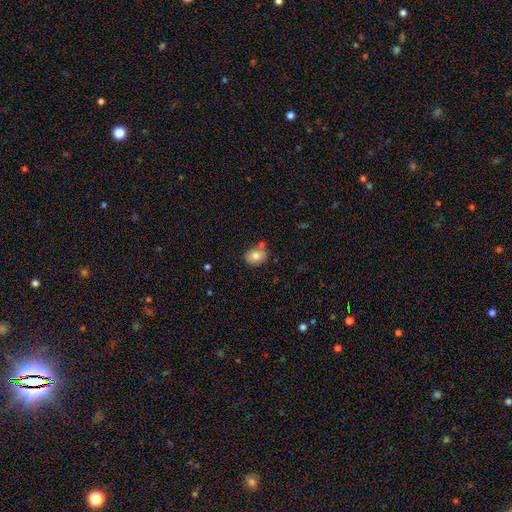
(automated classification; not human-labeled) This is clearly a smooth galaxy (80%). How rounded: possibly in between (50%). Merging: likely none (67%).